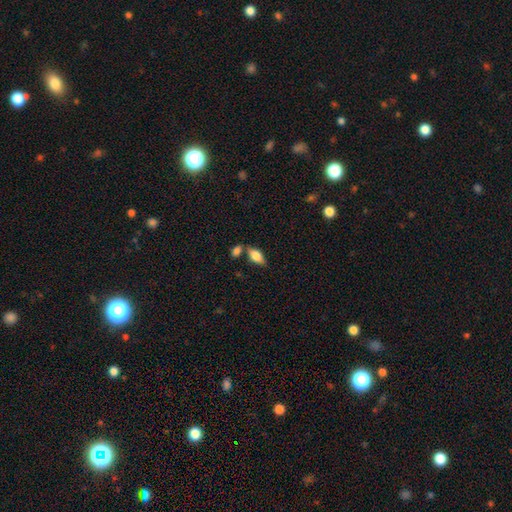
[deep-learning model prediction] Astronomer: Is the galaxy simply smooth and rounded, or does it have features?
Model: smooth — 81%.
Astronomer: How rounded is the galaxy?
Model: in between — 89%.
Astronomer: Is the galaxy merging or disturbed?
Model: none — 61%.